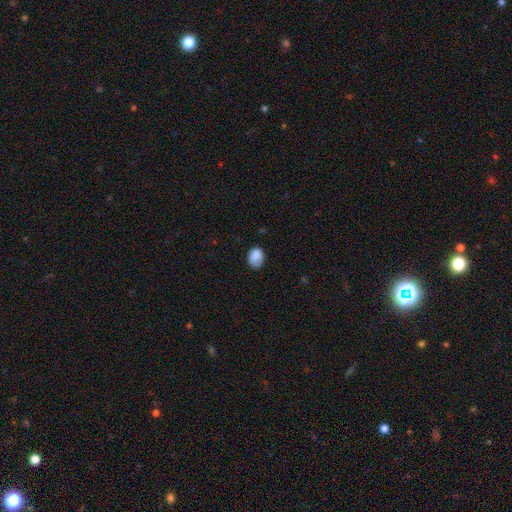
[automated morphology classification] Q: Smooth or featured?
A: smooth (85%); runner-up: star or artifact (9%)
Q: How rounded?
A: in between (60%); runner-up: round (40%)
Q: Merging?
A: none (66%); runner-up: minor disturbance (26%)